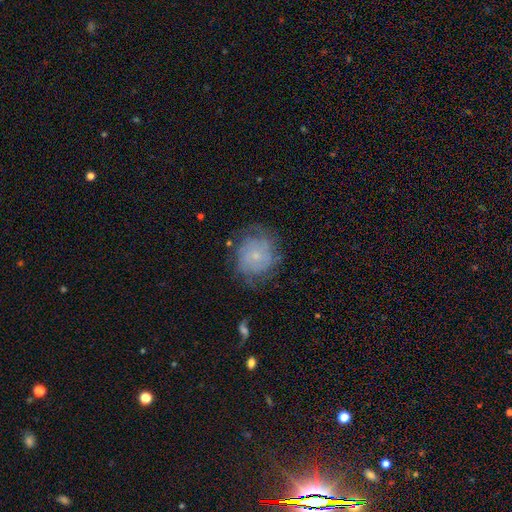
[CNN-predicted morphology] Smooth or featured? Predicted: featured or disk (p=0.58). Edge-on disk? Predicted: no (p=0.98). Bar? Predicted: no (p=0.81). Spiral arms? Predicted: yes (p=0.82). Bulge size? Predicted: small (p=0.78). Merging? Predicted: none (p=0.65).